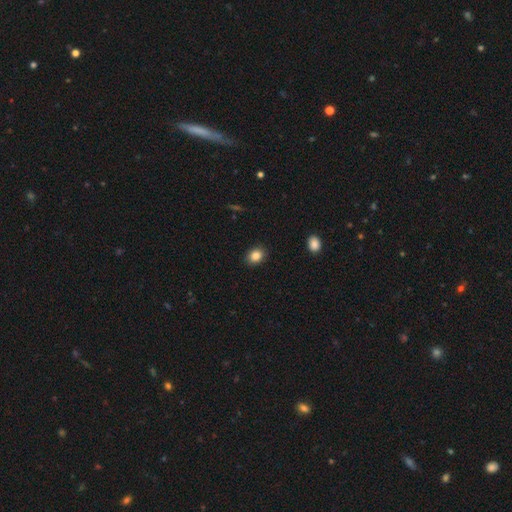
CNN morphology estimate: The model was most divided on "how rounded": in between: 57%, round: 42%, cigar-shaped: 1%. More confident: merging — none (88%); smooth or featured — smooth (86%).